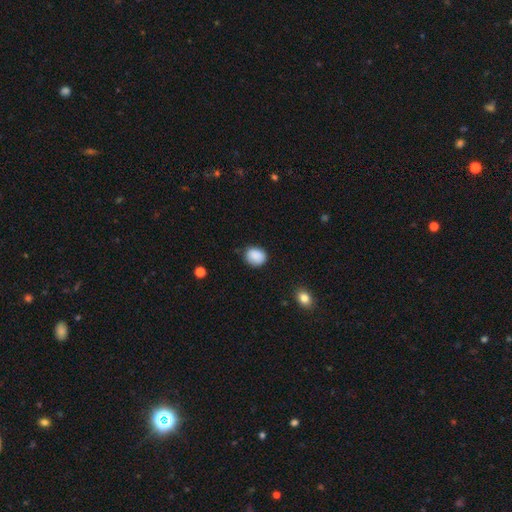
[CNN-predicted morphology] Overall: smooth (88%). How rounded: round (58%; in between 41%). Merging: none (78%).